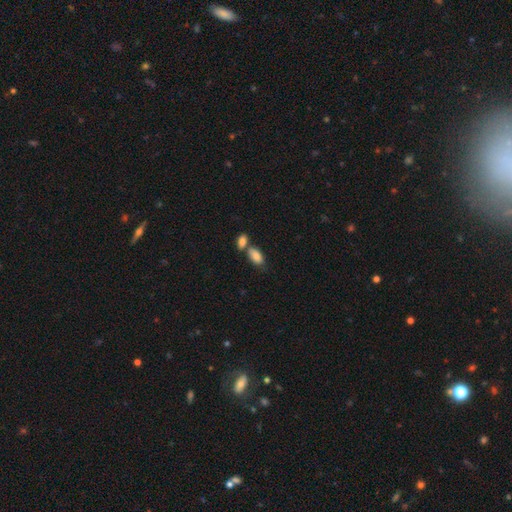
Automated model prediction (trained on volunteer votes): Overall: smooth (85%). How rounded: in between (92%). Merging: merger (45%; none 40%).